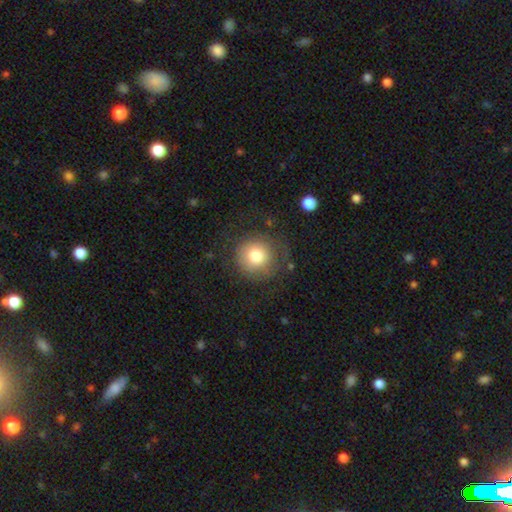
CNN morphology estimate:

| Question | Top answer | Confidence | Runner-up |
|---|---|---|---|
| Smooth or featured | smooth | 75% | featured or disk (16%) |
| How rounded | round | 93% | in between (6%) |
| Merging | none | 70% | minor disturbance (16%) |